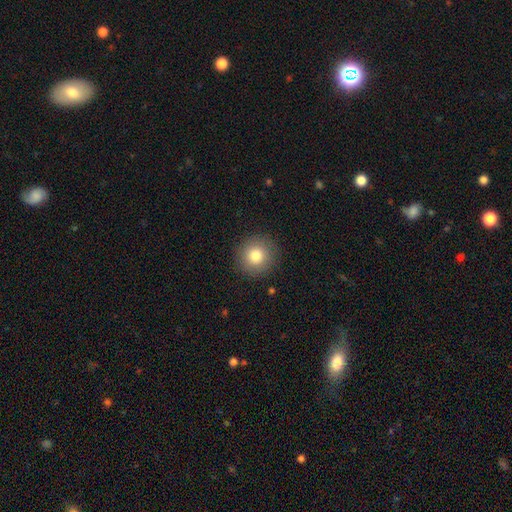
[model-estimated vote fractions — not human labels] Smooth or featured?
  - smooth: 81% *
  - star or artifact: 10%
  - featured or disk: 9%
How rounded?
  - round: 94% *
  - in between: 5%
  - cigar-shaped: 1%
Merging?
  - none: 91% *
  - minor disturbance: 6%
  - major disturbance: 2%
  - merger: 1%